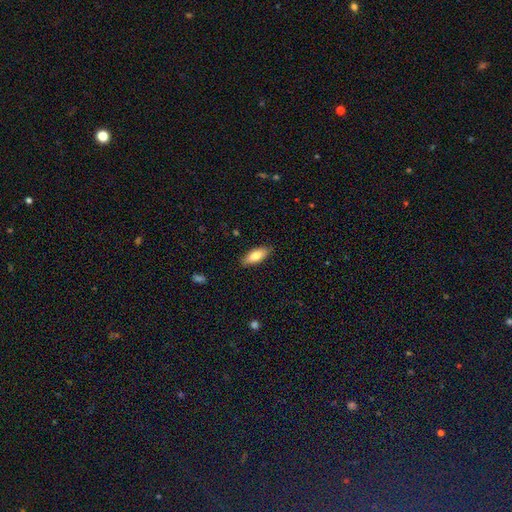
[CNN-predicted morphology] type=smooth (78%); roundness=in between (76%); merging=none (87%).